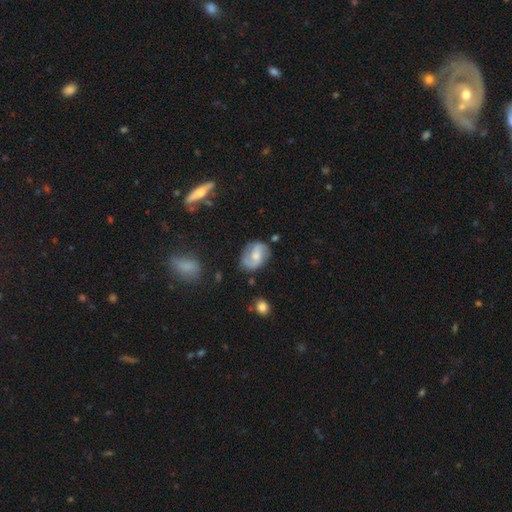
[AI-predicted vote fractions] Overall: featured or disk (74%). Edge-on disk: no (97%). Bar: weak (45%; no 42%). Spiral arms: yes (93%). Spiral arm count: 2 (89%). Spiral winding: medium (46%; loose 37%). Bulge size: moderate (53%; small 31%). Merging: none (74%).